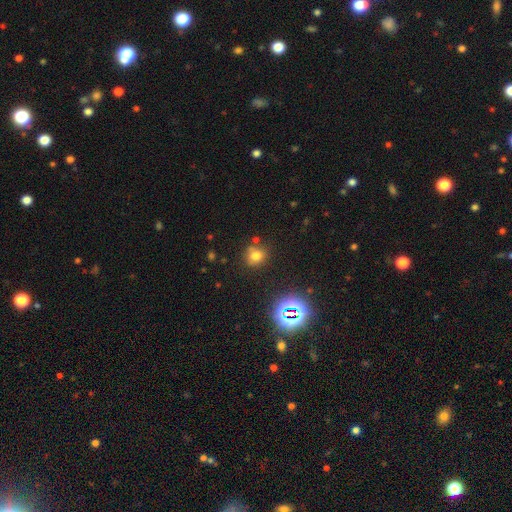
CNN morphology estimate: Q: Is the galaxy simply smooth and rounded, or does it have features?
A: smooth — 69%.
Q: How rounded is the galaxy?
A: round — 76%.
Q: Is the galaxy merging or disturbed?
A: none — 73%.